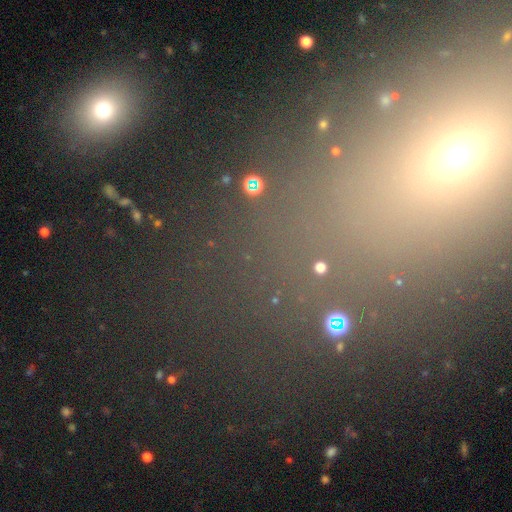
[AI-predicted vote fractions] Smooth or featured? star or artifact (51%)